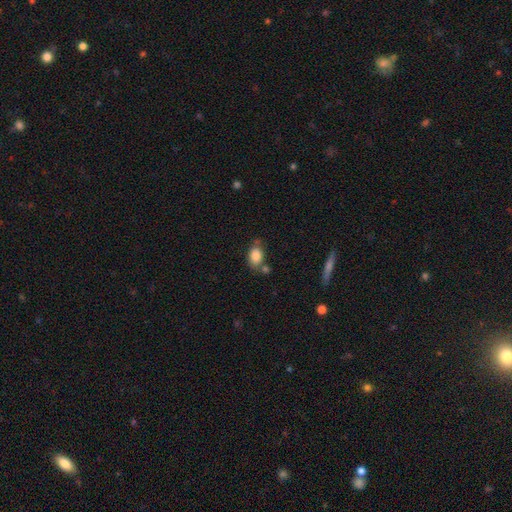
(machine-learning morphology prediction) Q: Smooth or featured?
A: smooth (85%); runner-up: star or artifact (8%)
Q: How rounded?
A: in between (80%); runner-up: round (18%)
Q: Merging?
A: none (62%); runner-up: minor disturbance (18%)